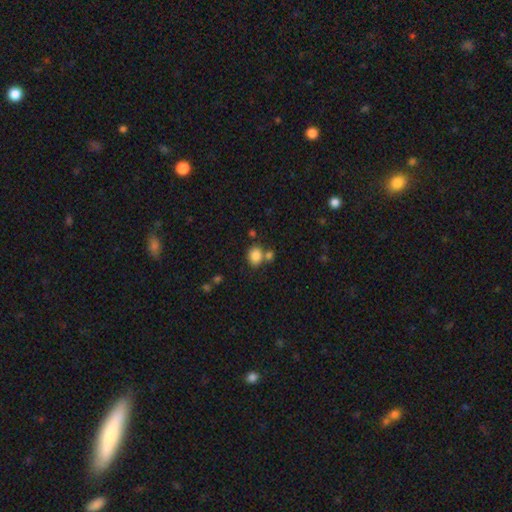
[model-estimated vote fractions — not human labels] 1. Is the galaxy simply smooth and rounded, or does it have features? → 85% smooth, 10% star or artifact, 6% featured or disk.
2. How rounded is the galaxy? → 51% in between, 48% round, 1% cigar-shaped.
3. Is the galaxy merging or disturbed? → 60% none, 25% merger, 11% minor disturbance, 4% major disturbance.